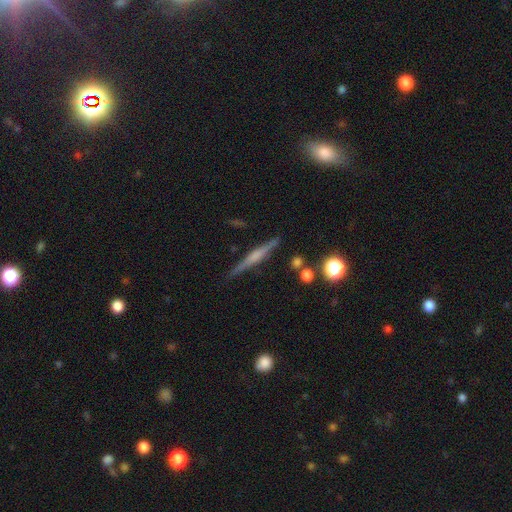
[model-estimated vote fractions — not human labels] featured or disk 69%, smooth 23%, star or artifact 7%. Down the decision tree: edge-on disk — yes (98%); edge-on bulge — rounded (62%); merging — none (89%).